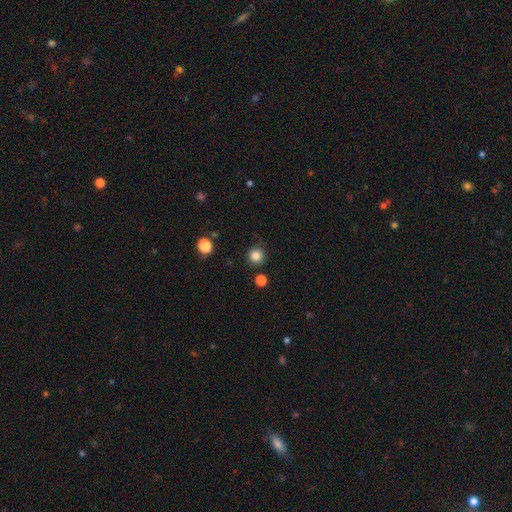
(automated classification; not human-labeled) Smooth or featured: smooth — 84% (star or artifact — 12%)
How rounded: round — 94% (in between — 5%)
Merging: none — 85% (minor disturbance — 9%)